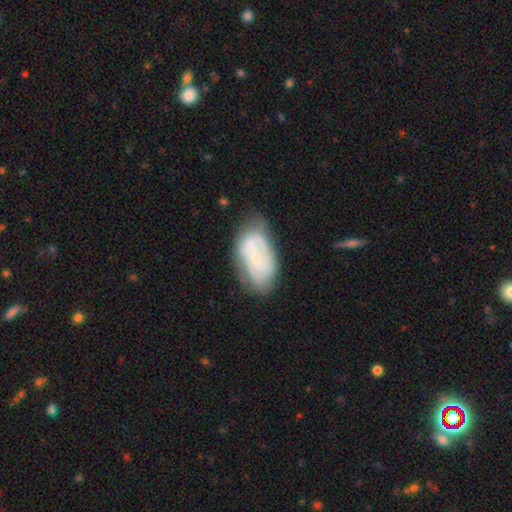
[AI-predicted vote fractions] A featured or disk galaxy (63%) with no bar (54%), spiral arms (73%) and a small central bulge (68%).

Vote fractions:
- Smooth or featured? featured or disk: 63% / smooth: 30% / star or artifact: 7%
- Edge-on disk? no: 95% / yes: 5%
- Bar? no: 54% / weak: 35% / strong: 11%
- Spiral arms? yes: 73% / no: 27%
- Bulge size? small: 68% / moderate: 17% / none: 12% / large: 2% / dominant: 1%
- Merging? none: 60% / minor disturbance: 27% / major disturbance: 9% / merger: 3%